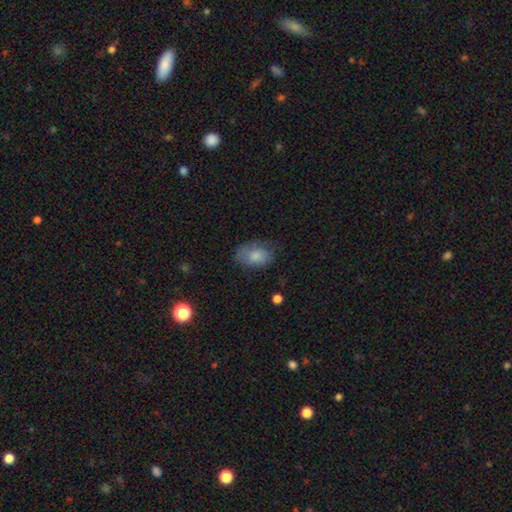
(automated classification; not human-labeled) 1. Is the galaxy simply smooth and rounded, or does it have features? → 80% smooth, 13% featured or disk, 7% star or artifact.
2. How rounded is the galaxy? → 84% in between, 15% round, 1% cigar-shaped.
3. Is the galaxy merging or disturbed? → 60% none, 27% minor disturbance, 11% major disturbance, 1% merger.